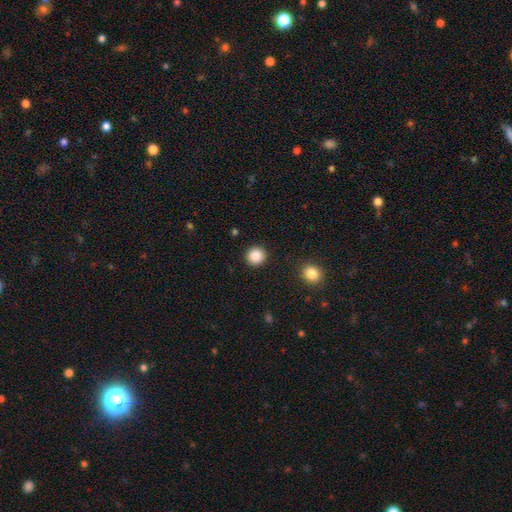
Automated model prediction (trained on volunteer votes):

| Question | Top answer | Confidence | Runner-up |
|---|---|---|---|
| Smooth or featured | smooth | 88% | star or artifact (9%) |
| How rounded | round | 93% | in between (6%) |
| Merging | none | 91% | minor disturbance (6%) |